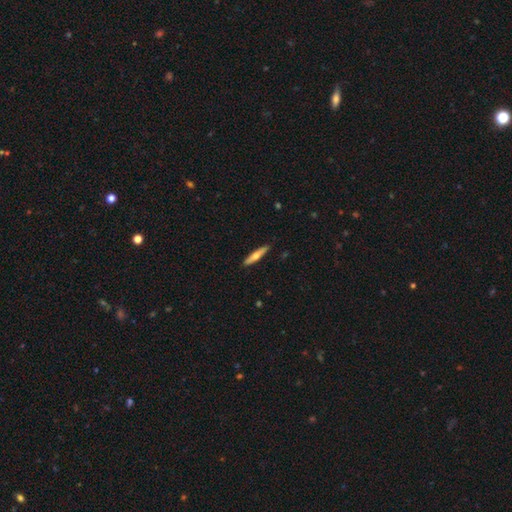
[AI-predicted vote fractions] This is possibly a smooth galaxy (49%). Merging: clearly none (90%).